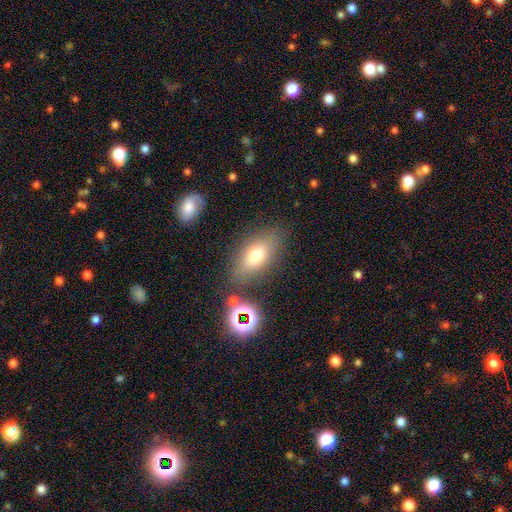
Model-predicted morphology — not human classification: type=smooth (69%); roundness=in between (81%); merging=none (76%).